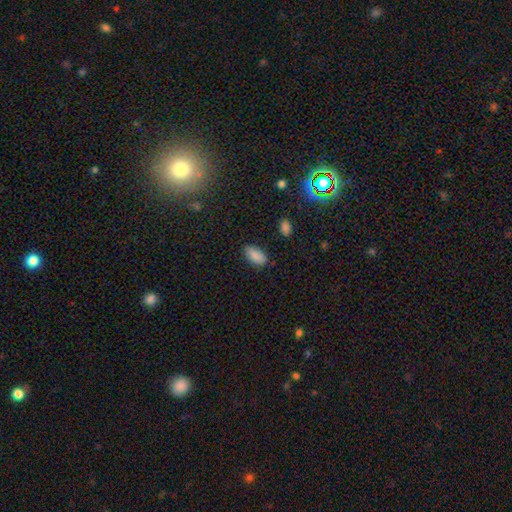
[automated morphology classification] Q: Smooth or featured?
A: smooth (88%); runner-up: star or artifact (8%)
Q: How rounded?
A: in between (91%); runner-up: cigar-shaped (6%)
Q: Merging?
A: none (81%); runner-up: minor disturbance (14%)